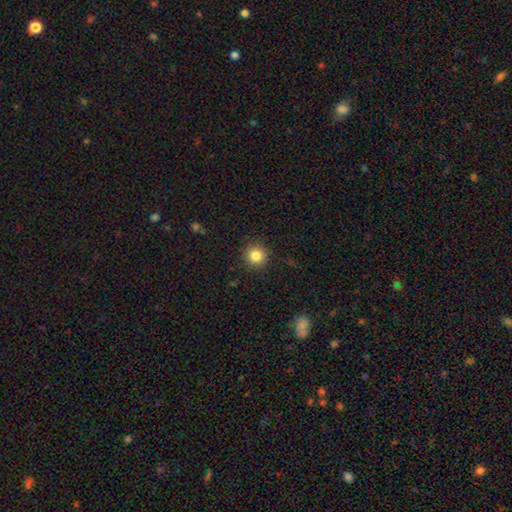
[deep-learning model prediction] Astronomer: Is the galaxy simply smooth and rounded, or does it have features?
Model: smooth — 84%.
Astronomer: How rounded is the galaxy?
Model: round — 94%.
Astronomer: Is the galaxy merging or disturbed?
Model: none — 91%.